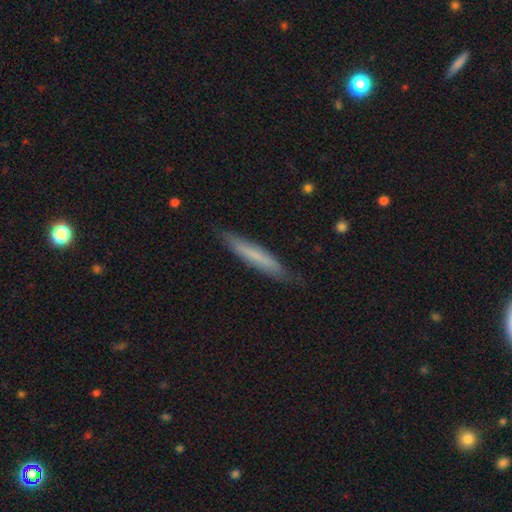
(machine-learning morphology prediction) Smooth or featured? Predicted: smooth (p=0.65). How rounded? Predicted: cigar-shaped (p=0.93). Merging? Predicted: none (p=0.84).